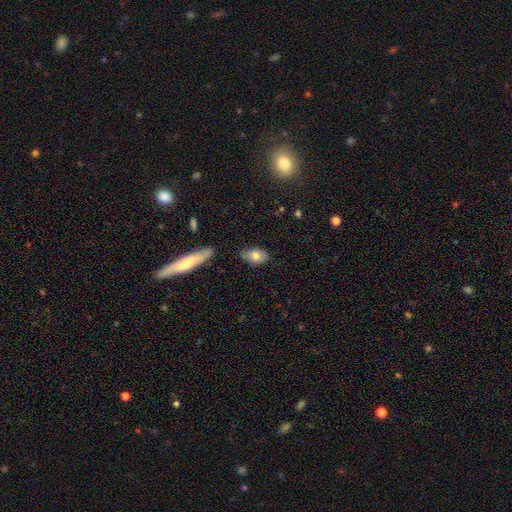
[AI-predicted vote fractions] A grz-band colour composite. It shows a smooth galaxy with no disk features (75%) that is in between round and cigar-shaped (88%). Merging: none (67%).